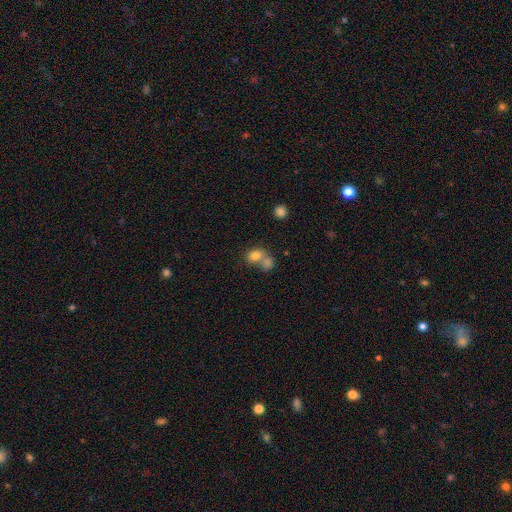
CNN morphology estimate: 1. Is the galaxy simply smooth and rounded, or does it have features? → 78% smooth, 11% featured or disk, 11% star or artifact.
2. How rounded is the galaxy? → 52% in between, 47% round, 1% cigar-shaped.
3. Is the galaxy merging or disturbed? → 58% merger, 31% none, 7% minor disturbance, 4% major disturbance.